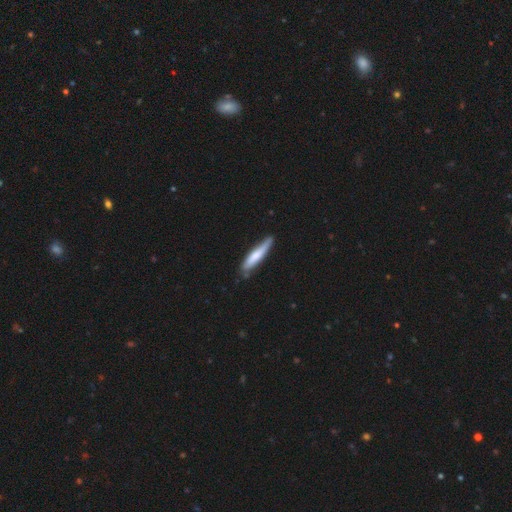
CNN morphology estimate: A smooth galaxy with no disk features (64%) that is cigar-shaped (89%). Merging: none (69%).